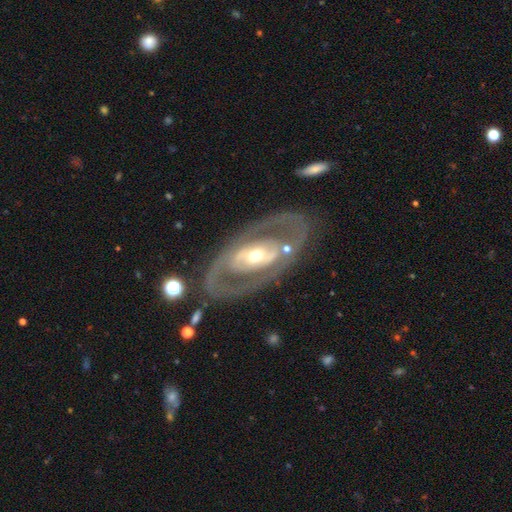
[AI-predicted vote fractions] smooth-or-featured: featured or disk: 81% | smooth: 14% | star or artifact: 5%
  disk-edge-on: no: 92% | yes: 8%
    bar: no: 51% | weak: 25% | strong: 23%
    has-spiral-arms: no: 51% | yes: 49%
    bulge-size: moderate: 62% | small: 29% | large: 7% | dominant: 1% | none: 1%
  merging: none: 77% | minor disturbance: 12% | major disturbance: 9% | merger: 2%